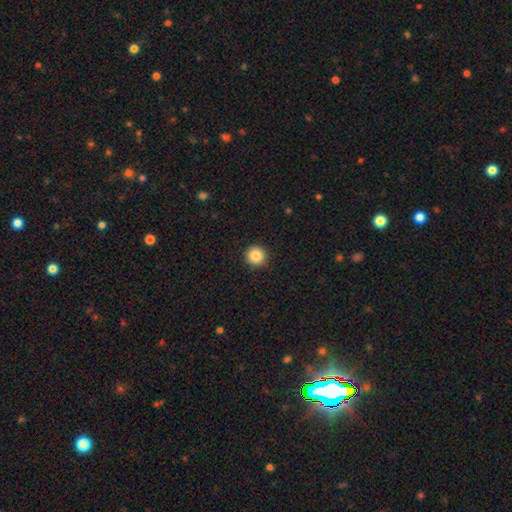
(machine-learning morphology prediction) This is clearly a smooth galaxy (85%). How rounded: clearly round (95%). Merging: clearly none (92%).